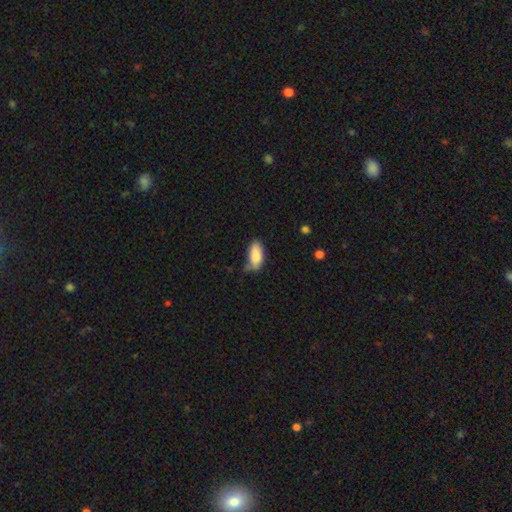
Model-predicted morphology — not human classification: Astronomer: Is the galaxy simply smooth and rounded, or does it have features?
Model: smooth — 87%.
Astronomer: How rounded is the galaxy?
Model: in between — 91%.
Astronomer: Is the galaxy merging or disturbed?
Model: none — 56% (runner-up: minor disturbance, 32%).